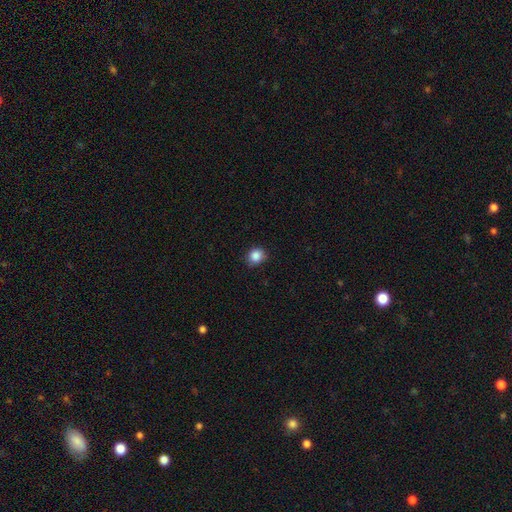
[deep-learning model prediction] This appears to be a smooth galaxy with no disk features (86%) that is round (82%). Merging: none (81%).